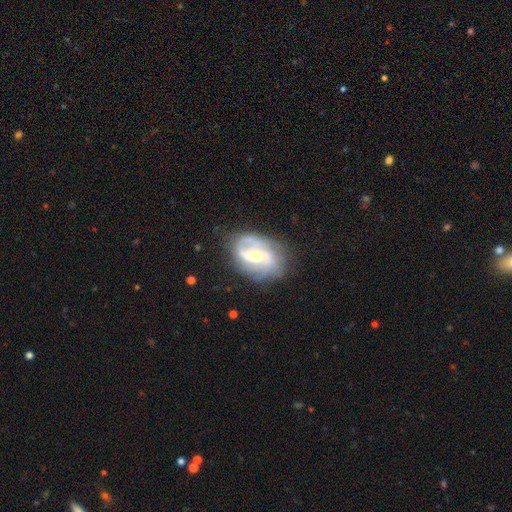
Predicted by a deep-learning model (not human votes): smooth-or-featured: featured or disk: 84% | smooth: 10% | star or artifact: 6%
  disk-edge-on: no: 97% | yes: 3%
    bar: weak: 48% | no: 30% | strong: 21%
    has-spiral-arms: yes: 94% | no: 6%
      spiral-winding: medium: 48% | loose: 26% | tight: 26%
      spiral-arm-count: 2: 67% | can't tell: 13% | 3: 11% | 1: 5% | 4: 2% | more than 4: 2%
    bulge-size: moderate: 57% | small: 36% | large: 4% | none: 2% | dominant: 1%
  merging: none: 68% | minor disturbance: 20% | major disturbance: 10% | merger: 2%